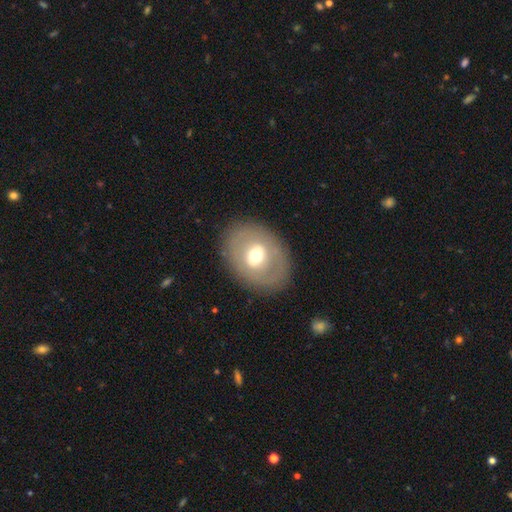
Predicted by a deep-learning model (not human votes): A smooth galaxy with no disk features (49%). Merging: none (83%).